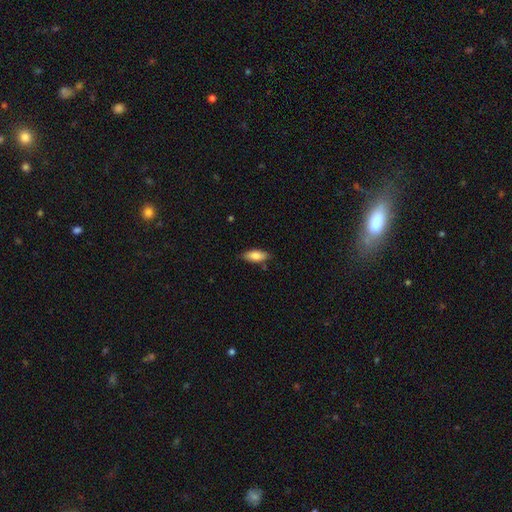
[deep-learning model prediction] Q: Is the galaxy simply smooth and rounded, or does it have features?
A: smooth — 82%.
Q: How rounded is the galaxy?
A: in between — 84%.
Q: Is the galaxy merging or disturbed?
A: none — 80%.